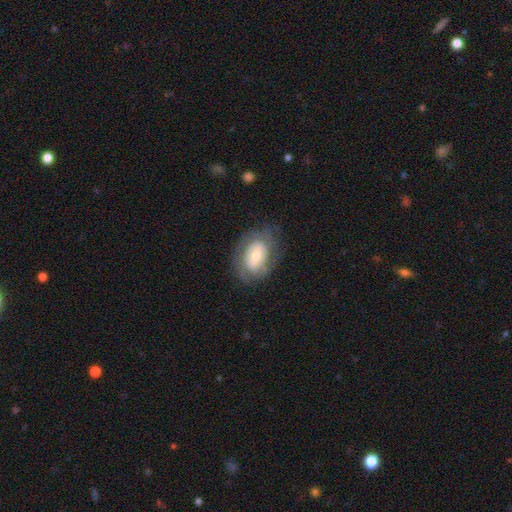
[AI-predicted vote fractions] smooth-or-featured: featured or disk: 53% | smooth: 40% | star or artifact: 7%
  disk-edge-on: no: 94% | yes: 6%
    bar: no: 47% | weak: 38% | strong: 15%
    has-spiral-arms: yes: 51% | no: 49%
    bulge-size: moderate: 52% | small: 35% | large: 10% | none: 2% | dominant: 2%
  merging: none: 69% | minor disturbance: 20% | major disturbance: 11% | merger: 1%